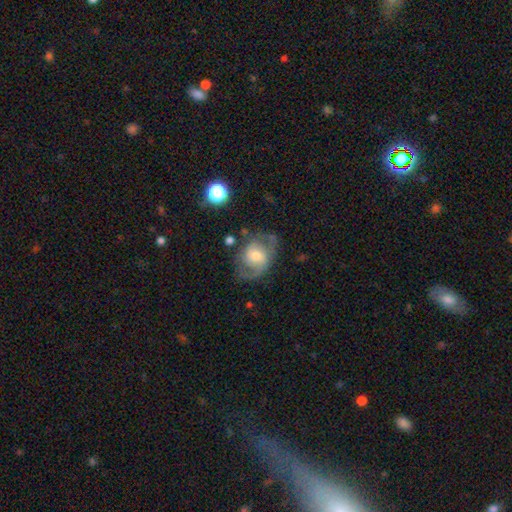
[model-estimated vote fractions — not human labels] smooth-or-featured: featured or disk: 65% | smooth: 28% | star or artifact: 8%
  disk-edge-on: no: 96% | yes: 4%
    bar: no: 56% | weak: 36% | strong: 8%
    has-spiral-arms: yes: 79% | no: 21%
    bulge-size: moderate: 56% | small: 29% | large: 11% | none: 2% | dominant: 1%
  merging: none: 59% | minor disturbance: 22% | major disturbance: 16% | merger: 3%